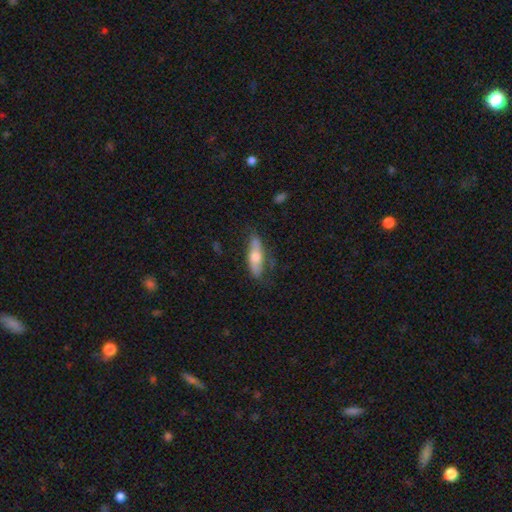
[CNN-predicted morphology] Overall: smooth (49%; featured or disk 44%). Merging: none (74%).